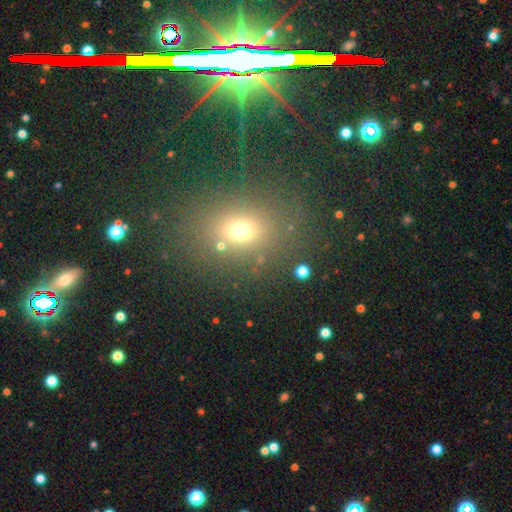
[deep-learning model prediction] A star or artifact, not a galaxy (45%).